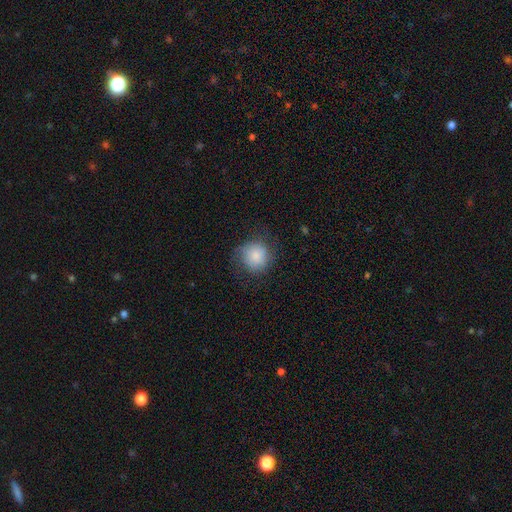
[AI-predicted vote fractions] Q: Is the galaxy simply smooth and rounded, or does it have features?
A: smooth — 78%.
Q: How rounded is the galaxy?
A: round — 89%.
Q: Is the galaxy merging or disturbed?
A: none — 68%.